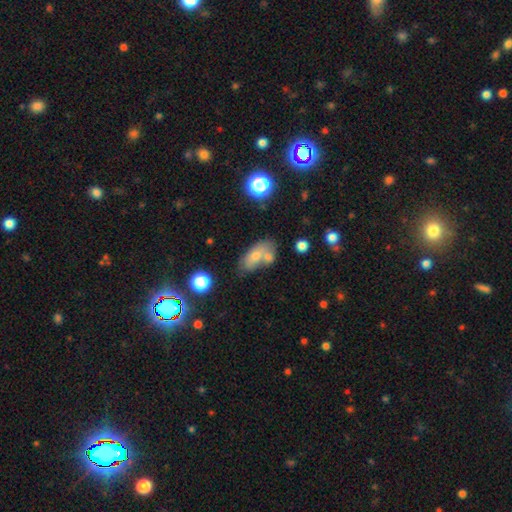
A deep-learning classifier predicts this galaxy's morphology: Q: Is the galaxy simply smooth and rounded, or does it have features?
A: smooth — 62%.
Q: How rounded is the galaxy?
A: in between — 84%.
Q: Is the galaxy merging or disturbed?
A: none — 45%.